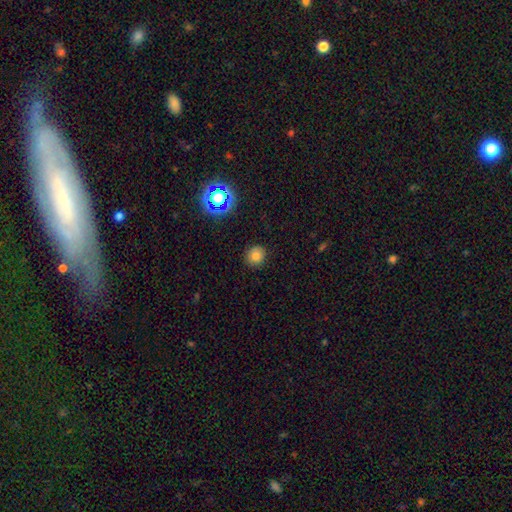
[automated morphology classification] Overall: smooth (78%). How rounded: round (87%). Merging: none (87%).